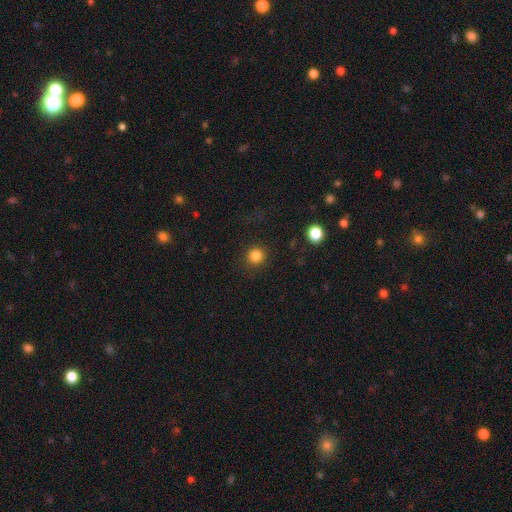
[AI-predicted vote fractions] The model was most divided on "smooth or featured": smooth: 83%, star or artifact: 12%, featured or disk: 4%. More confident: how rounded — round (93%); merging — none (89%).